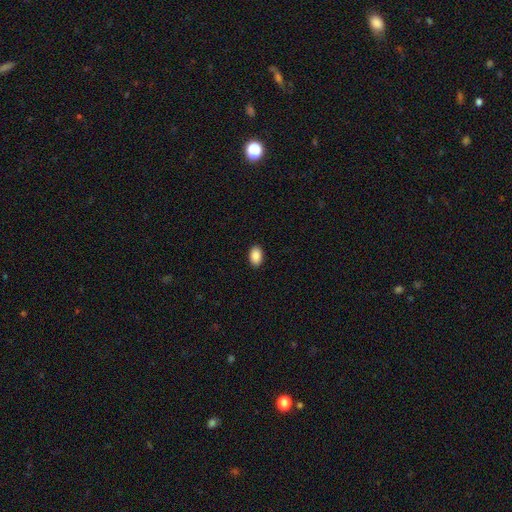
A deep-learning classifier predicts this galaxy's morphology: This is clearly a smooth galaxy (90%). How rounded: clearly in between (89%). Merging: clearly none (91%).